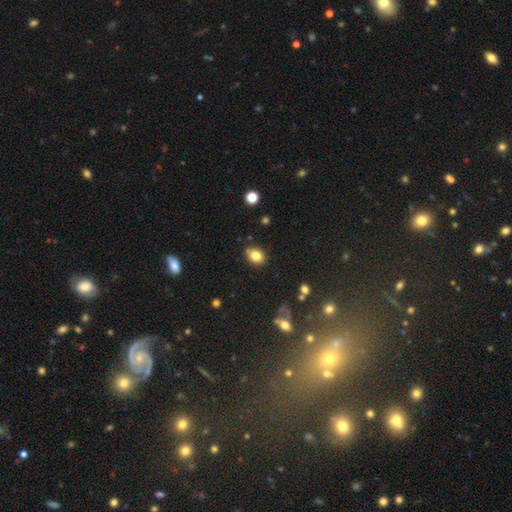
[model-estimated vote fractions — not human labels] Smooth or featured? smooth (82%)
How rounded? in between (53%)
Merging? none (82%)